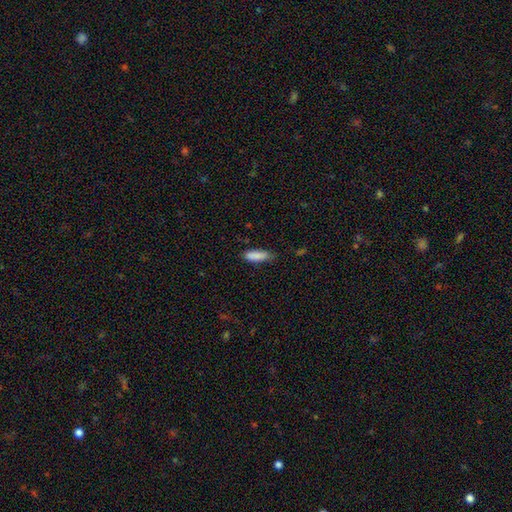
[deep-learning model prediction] smooth-or-featured: smooth: 88% | star or artifact: 7% | featured or disk: 5%
  how-rounded: in between: 56% | cigar-shaped: 42% | round: 2%
  merging: none: 69% | minor disturbance: 26% | major disturbance: 4% | merger: 2%